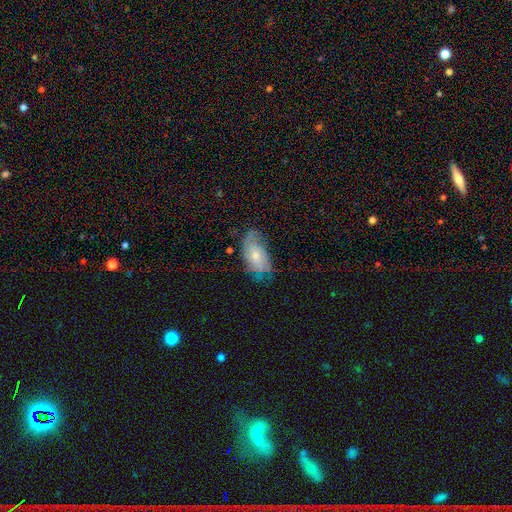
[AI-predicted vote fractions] A featured or disk galaxy (54%).

Vote fractions:
- Smooth or featured? featured or disk: 54% / smooth: 38% / star or artifact: 9%
- Edge-on disk? no: 91% / yes: 9%
- Merging? none: 62% / minor disturbance: 27% / major disturbance: 9% / merger: 2%